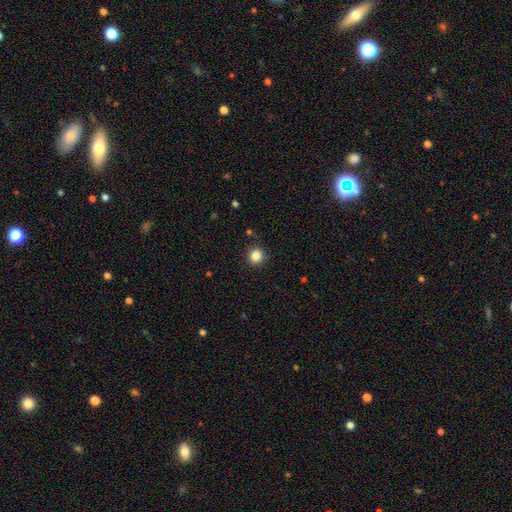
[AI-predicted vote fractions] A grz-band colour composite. It shows a smooth galaxy with no disk features (85%) that is round (83%). Merging: none (87%).